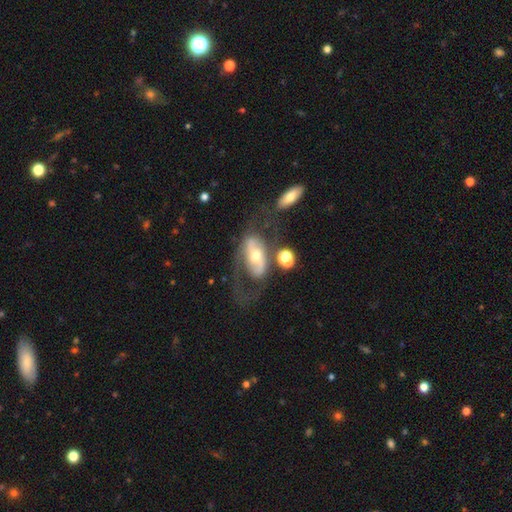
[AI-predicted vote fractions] A featured or disk galaxy (69%) with no bar (44%), spiral arms (62%) and a moderate central bulge (61%).

Vote fractions:
- Smooth or featured? featured or disk: 69% / smooth: 24% / star or artifact: 7%
- Edge-on disk? no: 90% / yes: 10%
- Bar? no: 44% / strong: 29% / weak: 28%
- Spiral arms? yes: 62% / no: 38%
- Bulge size? moderate: 61% / small: 29% / large: 7% / dominant: 1% / none: 1%
- Merging? none: 45% / major disturbance: 29% / minor disturbance: 16% / merger: 10%